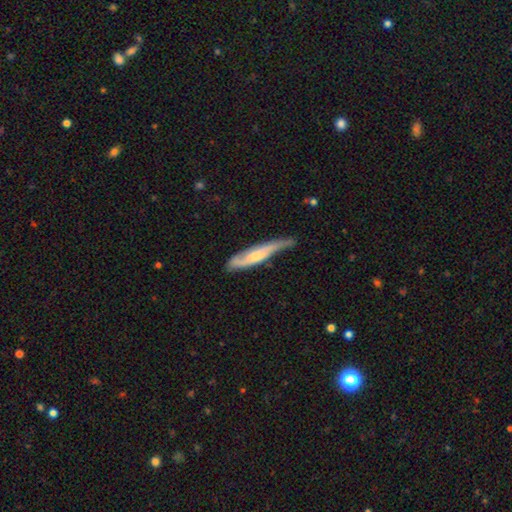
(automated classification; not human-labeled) Morphology: type=featured or disk (58%); edge-on=yes (51%); merging=none (45%).